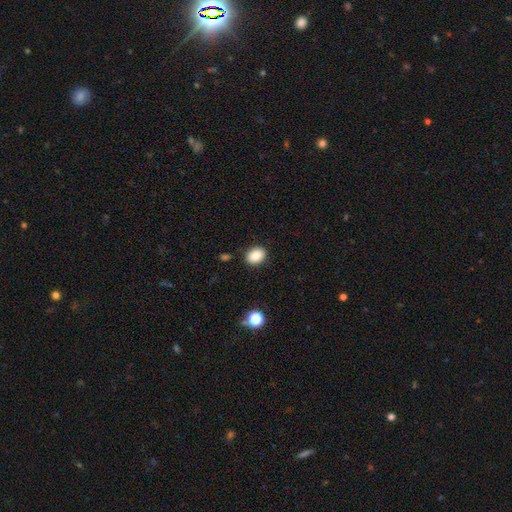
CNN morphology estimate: Smooth or featured? Predicted: smooth (p=0.87). How rounded? Predicted: in between (p=0.64). Merging? Predicted: none (p=0.86).